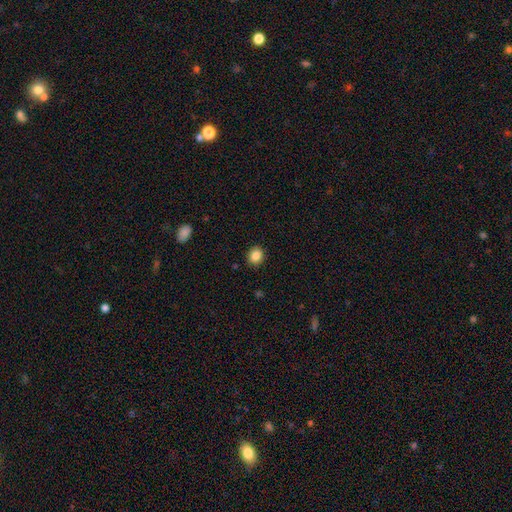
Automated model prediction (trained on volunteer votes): A smooth galaxy with no disk features (85%) that is round (73%).

Vote fractions:
- Smooth or featured? smooth: 85% / star or artifact: 10% / featured or disk: 5%
- How rounded? round: 73% / in between: 26% / cigar-shaped: 1%
- Merging? none: 90% / minor disturbance: 7% / major disturbance: 2% / merger: 1%